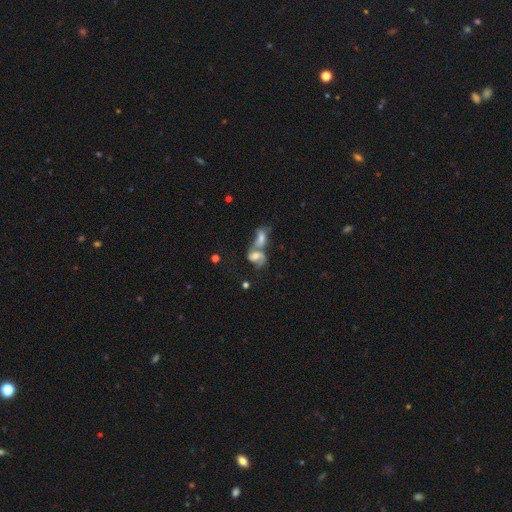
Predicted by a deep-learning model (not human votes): smooth_or_featured: featured or disk (p=0.57) [alt: smooth p=0.32]
disk_edge_on: no (p=0.96) [alt: yes p=0.04]
bar: no (p=0.52) [alt: weak p=0.36]
has_spiral_arms: yes (p=0.80) [alt: no p=0.20]
bulge_size: moderate (p=0.50) [alt: small p=0.23]
merging: merger (p=0.70) [alt: none p=0.15]